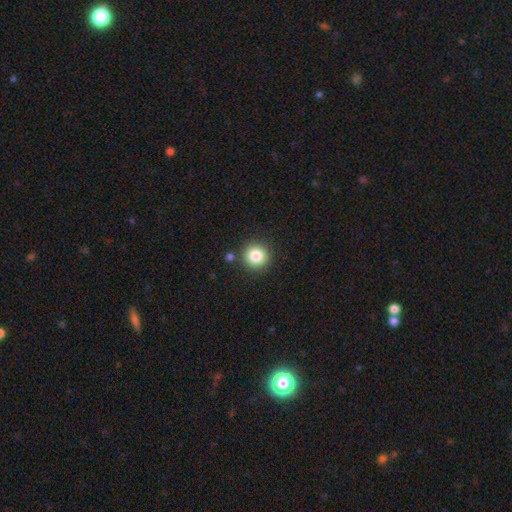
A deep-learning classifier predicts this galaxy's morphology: Smooth or featured: smooth — 84% (star or artifact — 11%)
How rounded: round — 94% (in between — 5%)
Merging: none — 87% (minor disturbance — 7%)